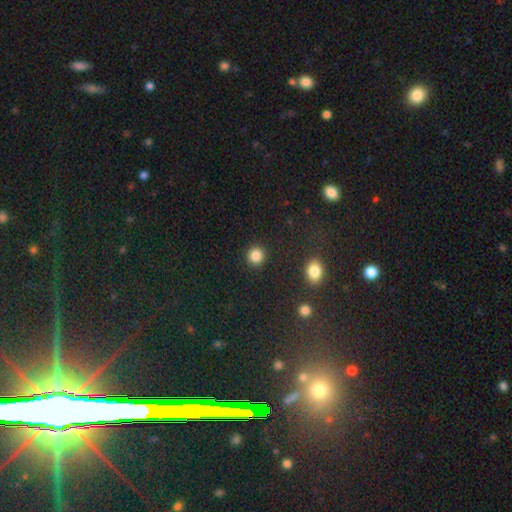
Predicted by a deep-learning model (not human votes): This appears to be a smooth galaxy with no disk features (86%) that is round (90%). Merging: none (91%).